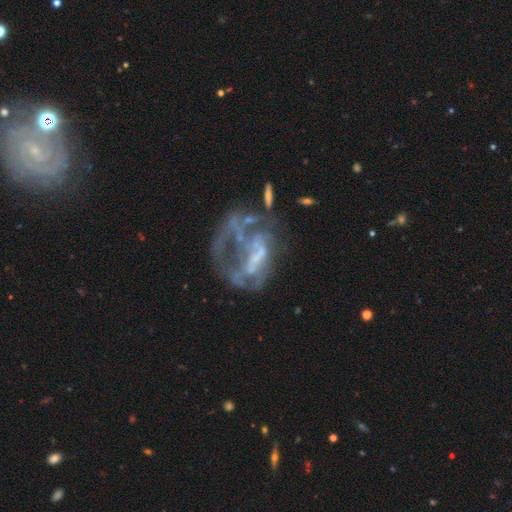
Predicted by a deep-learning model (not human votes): This is likely a featured or disk galaxy (71%). It is clearly not viewed edge-on (97%). Bar: likely no (67%). Spiral arm pattern: likely no (71%). Central bulge: likely none (61%). Merging: possibly major disturbance (49%).